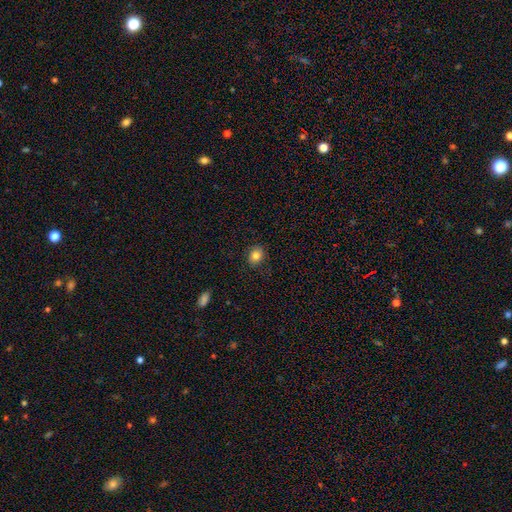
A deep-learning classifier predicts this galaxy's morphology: Smooth or featured? smooth (82%)
How rounded? round (61%)
Merging? none (86%)